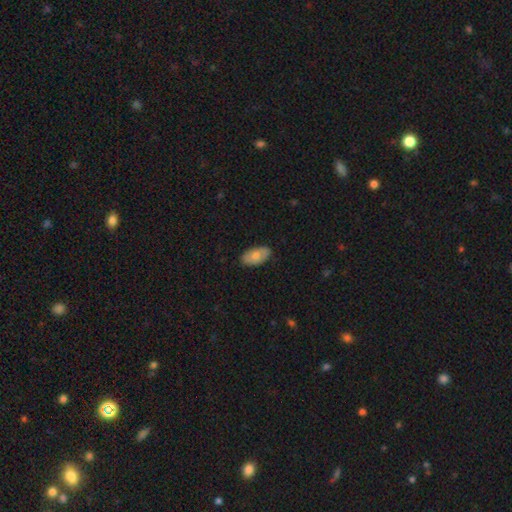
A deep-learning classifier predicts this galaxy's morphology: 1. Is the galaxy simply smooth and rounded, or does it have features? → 70% smooth, 24% featured or disk, 6% star or artifact.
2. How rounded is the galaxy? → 94% in between, 4% round, 2% cigar-shaped.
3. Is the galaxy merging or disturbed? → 84% none, 13% minor disturbance, 2% major disturbance, 1% merger.